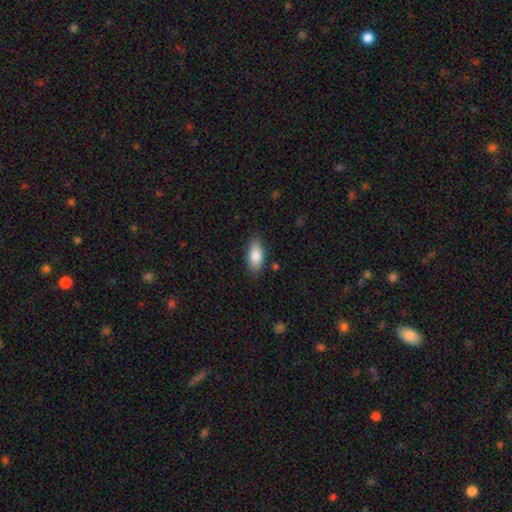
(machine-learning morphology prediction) This is clearly a smooth galaxy (84%). How rounded: clearly in between (87%). Merging: clearly none (85%).